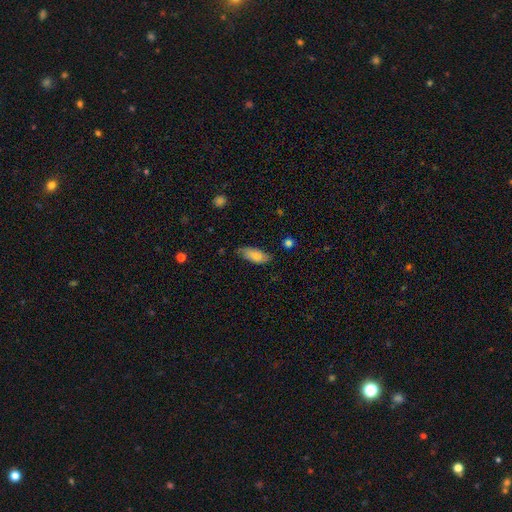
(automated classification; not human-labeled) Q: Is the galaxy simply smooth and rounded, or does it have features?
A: smooth — 80%.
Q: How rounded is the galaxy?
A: in between — 82%.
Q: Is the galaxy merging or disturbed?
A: none — 67%.